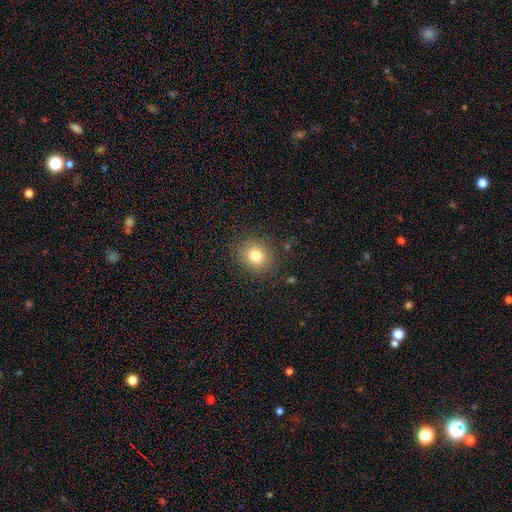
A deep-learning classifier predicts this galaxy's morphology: A smooth galaxy with no disk features (79%) that is round (80%). Merging: none (87%).